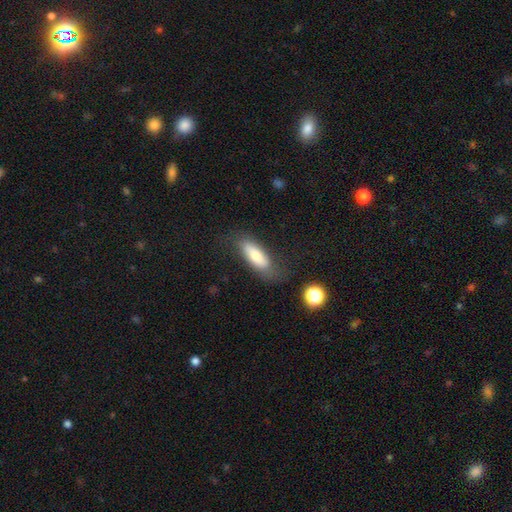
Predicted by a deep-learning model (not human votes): smooth-or-featured: smooth: 69% | featured or disk: 23% | star or artifact: 8%
  how-rounded: in between: 60% | cigar-shaped: 37% | round: 3%
  merging: none: 68% | minor disturbance: 20% | major disturbance: 10% | merger: 3%